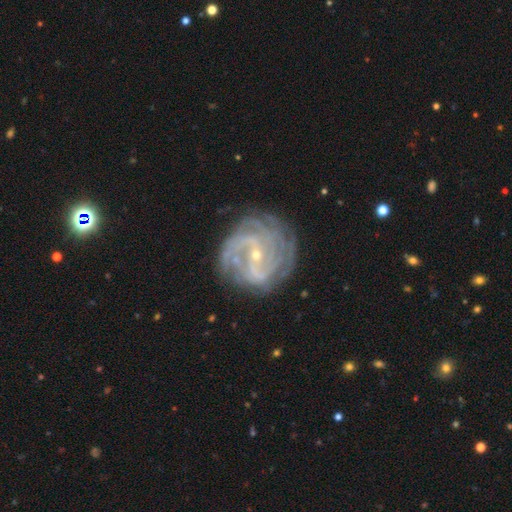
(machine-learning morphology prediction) Overall: featured or disk (87%). Edge-on disk: no (97%). Bar: weak (45%; no 30%). Spiral arms: yes (95%). Spiral arm count: can't tell (30%; 2 22%). Spiral winding: tight (54%; medium 35%). Bulge size: small (83%). Merging: none (73%).